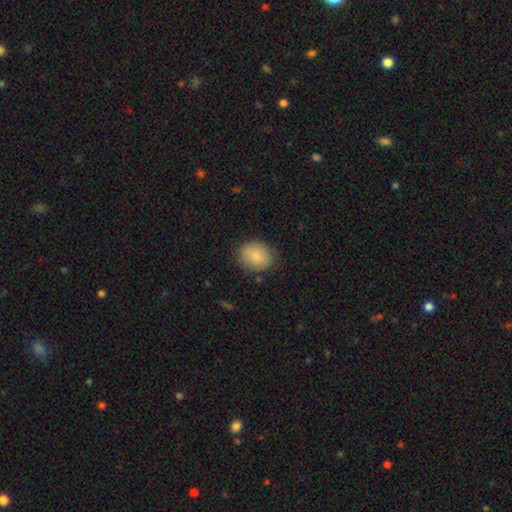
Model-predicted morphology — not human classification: smooth_or_featured: smooth (p=0.84) [alt: featured or disk p=0.09]
how_rounded: round (p=0.56) [alt: in between p=0.43]
merging: none (p=0.82) [alt: minor disturbance p=0.13]